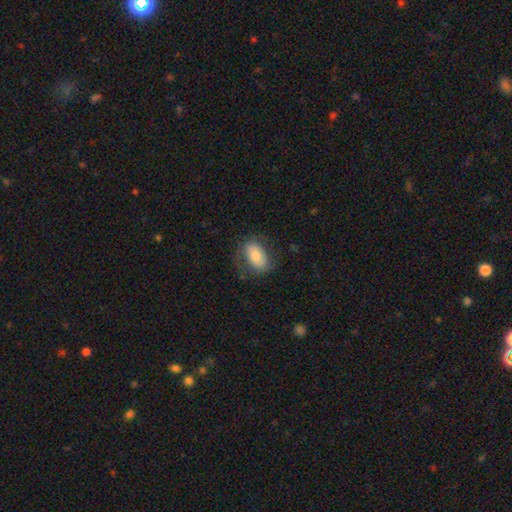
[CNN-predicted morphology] Smooth or featured?
  - smooth: 69% *
  - featured or disk: 24%
  - star or artifact: 7%
How rounded?
  - in between: 89% *
  - round: 9%
  - cigar-shaped: 2%
Merging?
  - none: 65% *
  - minor disturbance: 21%
  - major disturbance: 12%
  - merger: 1%